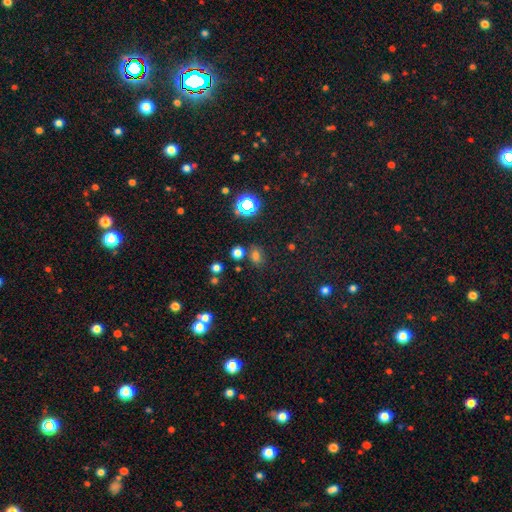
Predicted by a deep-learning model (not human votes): A smooth galaxy with no disk features (64%) that is in between round and cigar-shaped (59%). Merging: none (73%).